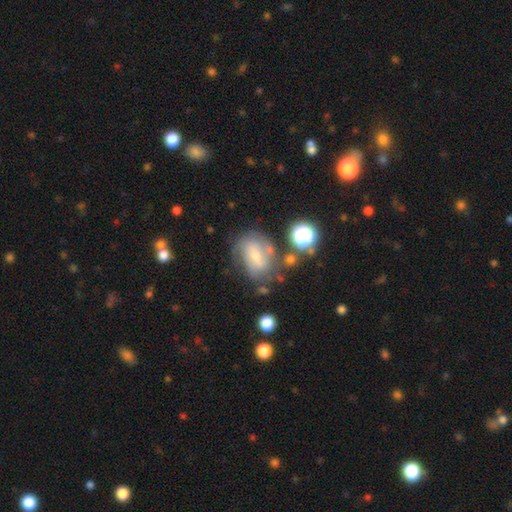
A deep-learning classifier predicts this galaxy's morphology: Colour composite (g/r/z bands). It shows a featured or disk galaxy (58%) with a weak bar (47%), spiral arms (75%) and a small central bulge (46%). Merging: none (52%).